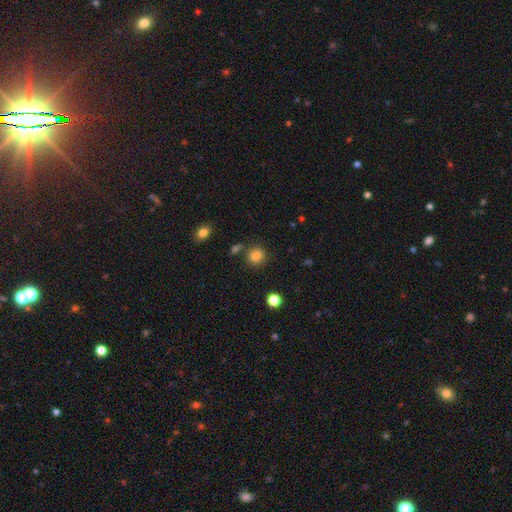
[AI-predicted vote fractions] This appears to be a smooth galaxy with no disk features (84%) that is round (77%). Merging: none (77%).